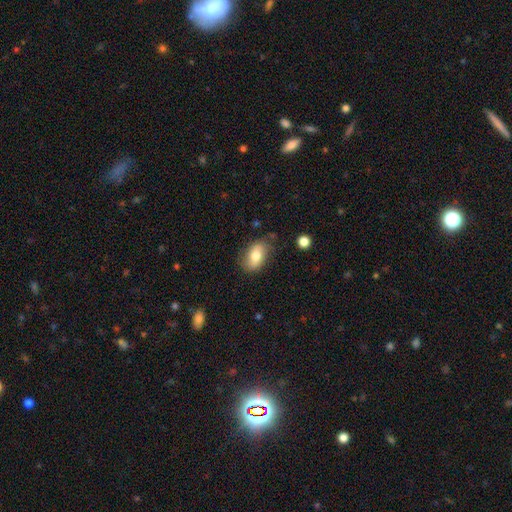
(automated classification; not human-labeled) A smooth galaxy with no disk features (71%) that is in between round and cigar-shaped (88%). Merging: none (74%).